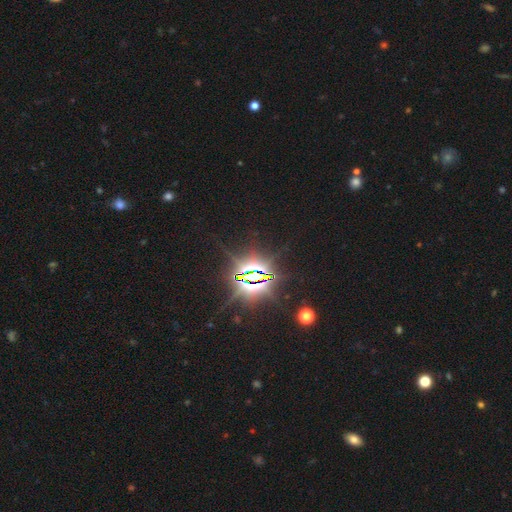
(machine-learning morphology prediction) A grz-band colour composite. It shows a star or artifact, not a galaxy (86%).